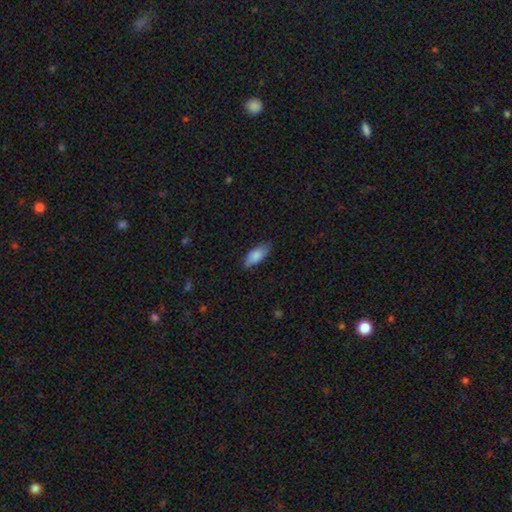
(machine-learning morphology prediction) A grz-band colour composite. It shows a smooth galaxy with no disk features (83%) that is in between round and cigar-shaped (86%). Merging: none (75%).